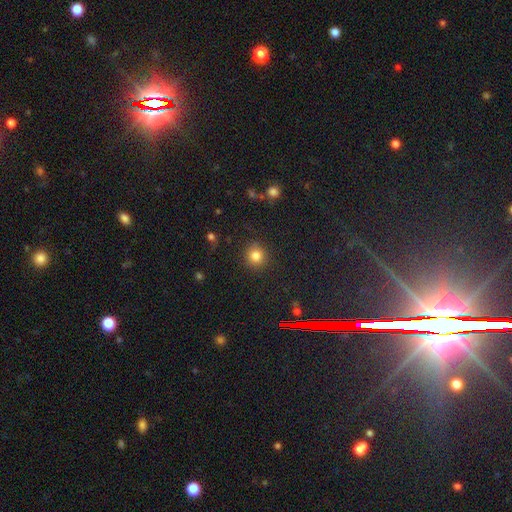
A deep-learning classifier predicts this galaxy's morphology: type=smooth (82%); roundness=round (90%); merging=none (88%).